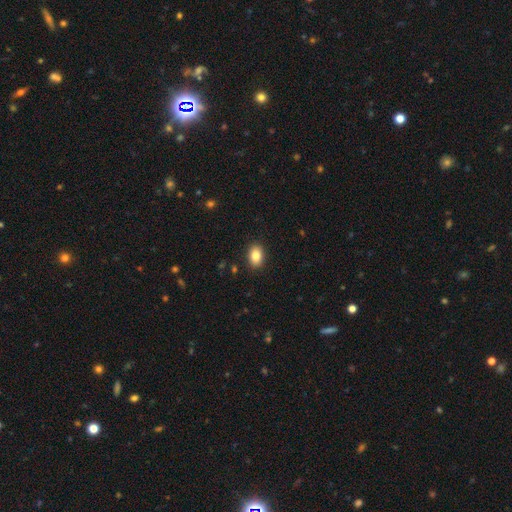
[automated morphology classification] Smooth or featured? Predicted: smooth (p=0.85). How rounded? Predicted: in between (p=0.81). Merging? Predicted: none (p=0.89).